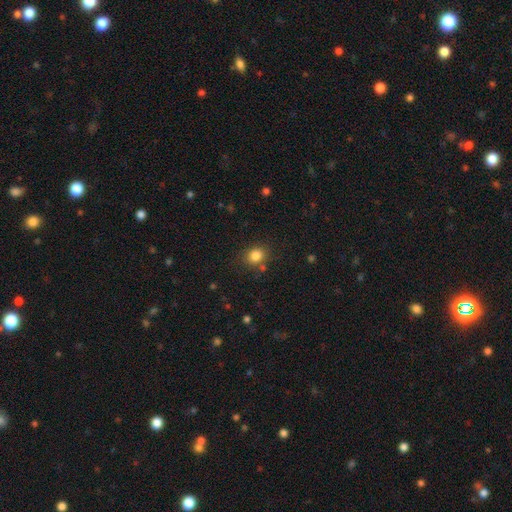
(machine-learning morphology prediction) A smooth galaxy with no disk features (83%) that is round (58%).

Vote fractions:
- Smooth or featured? smooth: 83% / star or artifact: 11% / featured or disk: 6%
- How rounded? round: 58% / in between: 41% / cigar-shaped: 1%
- Merging? none: 78% / minor disturbance: 12% / merger: 6% / major disturbance: 4%